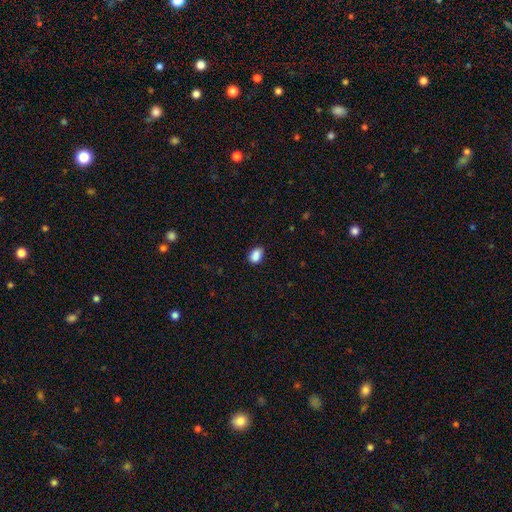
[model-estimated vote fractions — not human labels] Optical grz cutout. It shows a smooth galaxy with no disk features (88%) that is in between round and cigar-shaped (80%). Merging: none (75%).